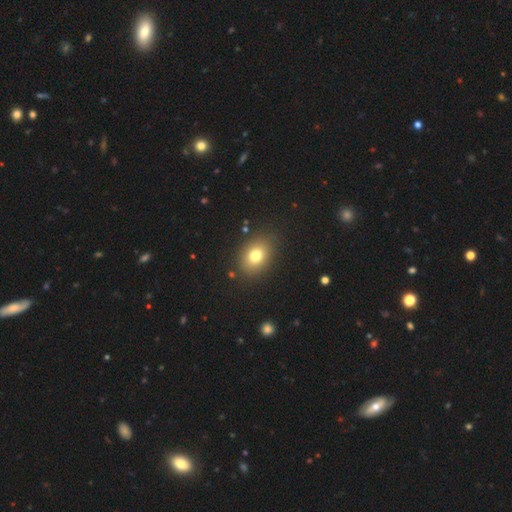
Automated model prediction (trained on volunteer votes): The model was most divided on "how rounded": in between: 63%, round: 36%, cigar-shaped: 1%. More confident: merging — none (86%); smooth or featured — smooth (77%).